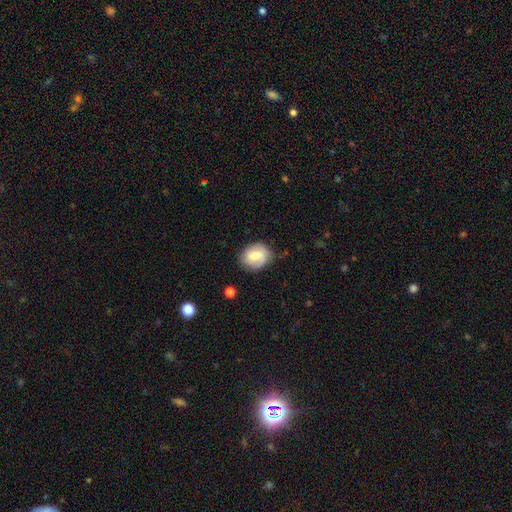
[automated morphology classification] Smooth or featured? Predicted: smooth (p=0.58). How rounded? Predicted: round (p=0.57). Merging? Predicted: none (p=0.72).